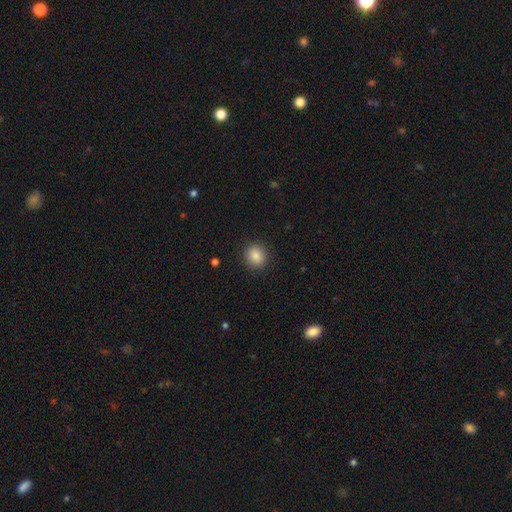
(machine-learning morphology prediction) smooth-or-featured: smooth: 87% | star or artifact: 9% | featured or disk: 4%
  how-rounded: round: 82% | in between: 17% | cigar-shaped: 1%
  merging: none: 90% | minor disturbance: 7% | major disturbance: 2% | merger: 1%